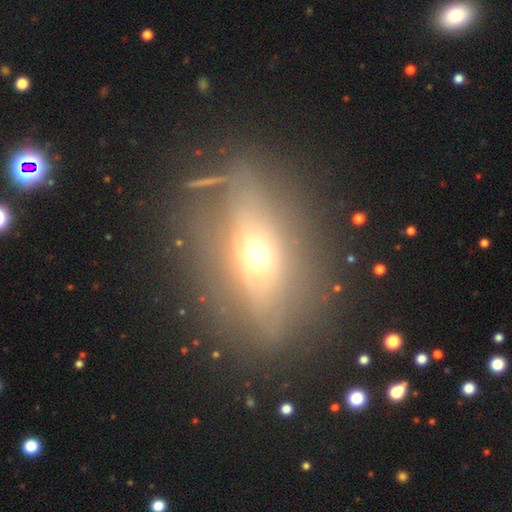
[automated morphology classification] The model was most divided on "smooth or featured": featured or disk: 49%, smooth: 34%, star or artifact: 17%. More confident: merging — none (73%).